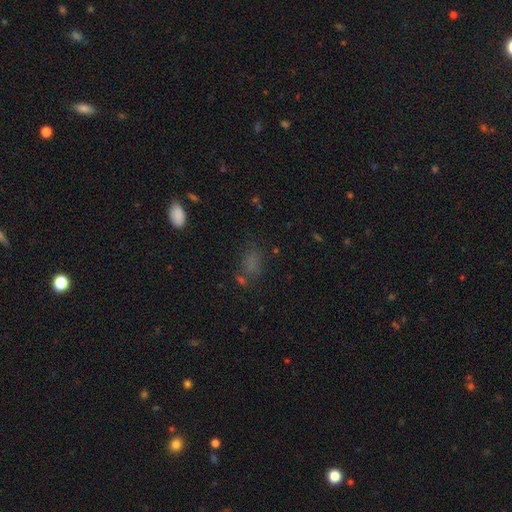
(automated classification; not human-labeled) Smooth or featured? smooth (50%)
How rounded? in between (69%)
Merging? none (67%)